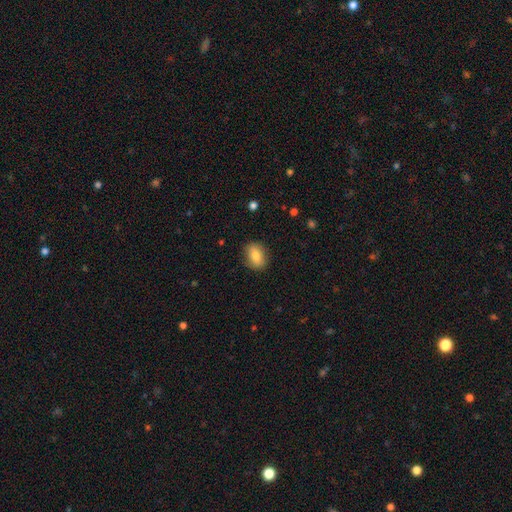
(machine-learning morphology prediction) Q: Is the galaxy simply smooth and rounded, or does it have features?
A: smooth — 76%.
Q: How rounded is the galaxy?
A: in between — 70%.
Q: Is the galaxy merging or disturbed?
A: none — 85%.